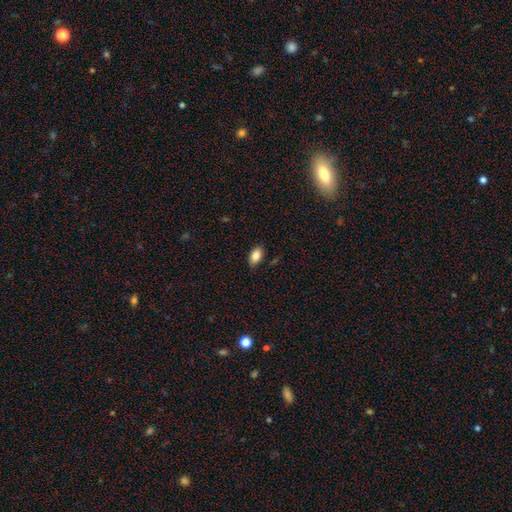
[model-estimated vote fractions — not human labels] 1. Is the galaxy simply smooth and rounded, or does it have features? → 85% smooth, 8% star or artifact, 7% featured or disk.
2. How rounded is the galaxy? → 90% in between, 8% round, 2% cigar-shaped.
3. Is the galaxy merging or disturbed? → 82% none, 14% minor disturbance, 3% major disturbance, 1% merger.